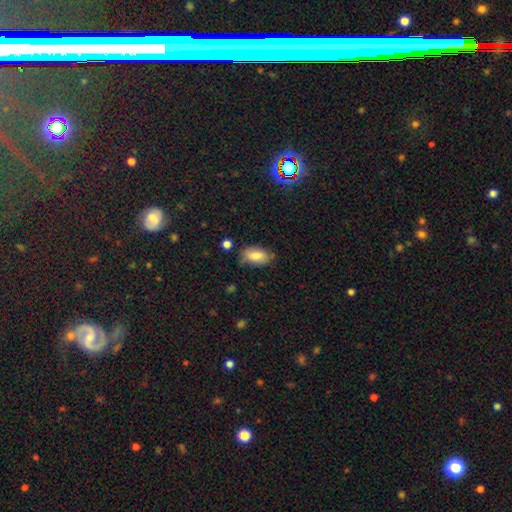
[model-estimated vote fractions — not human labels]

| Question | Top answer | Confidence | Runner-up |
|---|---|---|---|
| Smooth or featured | smooth | 81% | featured or disk (12%) |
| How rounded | in between | 92% | round (4%) |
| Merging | none | 71% | minor disturbance (22%) |